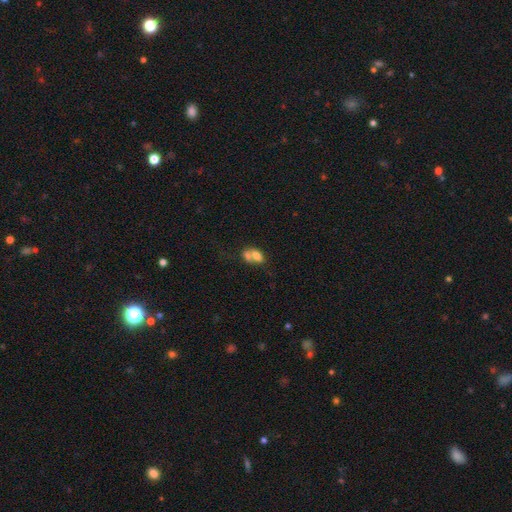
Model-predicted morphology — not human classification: Smooth or featured?
  - smooth: 67% *
  - featured or disk: 23%
  - star or artifact: 9%
How rounded?
  - in between: 77% *
  - round: 20%
  - cigar-shaped: 3%
Merging?
  - merger: 64% *
  - none: 21%
  - minor disturbance: 9%
  - major disturbance: 6%